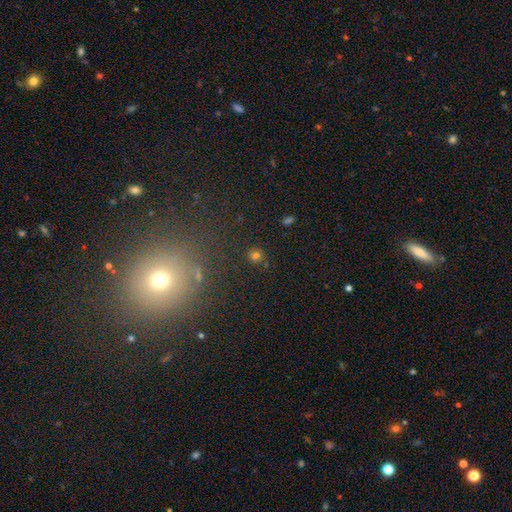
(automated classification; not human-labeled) Smooth or featured?
  - smooth: 72% *
  - star or artifact: 20%
  - featured or disk: 8%
How rounded?
  - round: 87% *
  - in between: 12%
  - cigar-shaped: 1%
Merging?
  - none: 84% *
  - minor disturbance: 9%
  - merger: 3%
  - major disturbance: 3%